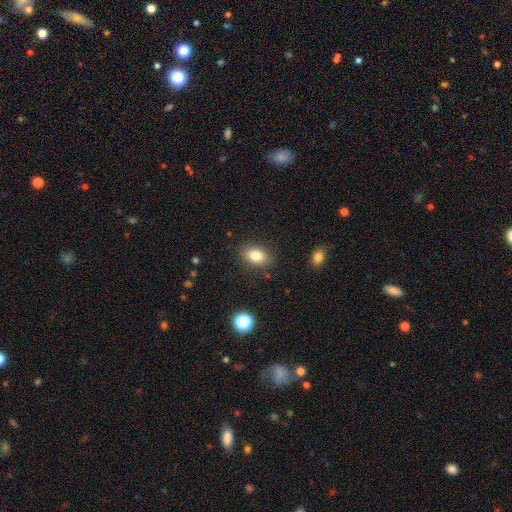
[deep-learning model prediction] Overall: smooth (83%). How rounded: in between (84%). Merging: none (86%).